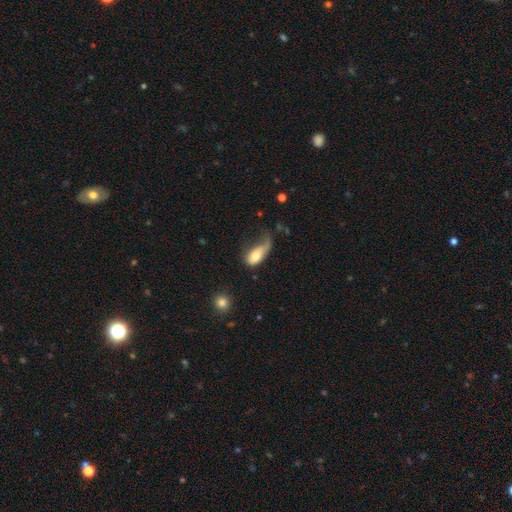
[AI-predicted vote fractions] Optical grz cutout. It shows a smooth galaxy with no disk features (67%) that is in between round and cigar-shaped (85%). Merging: major disturbance (50%).